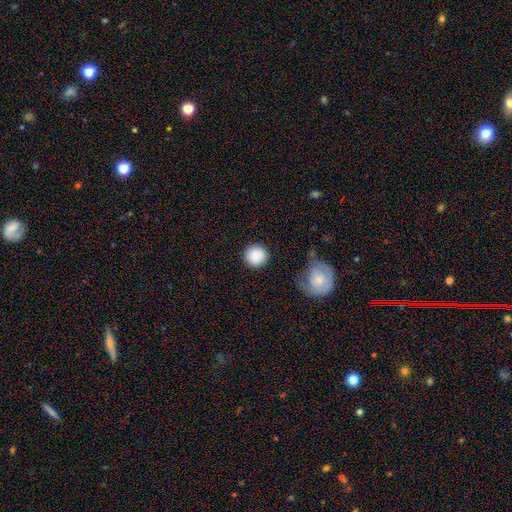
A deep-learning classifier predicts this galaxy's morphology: Smooth or featured? smooth (87%)
How rounded? round (94%)
Merging? none (84%)